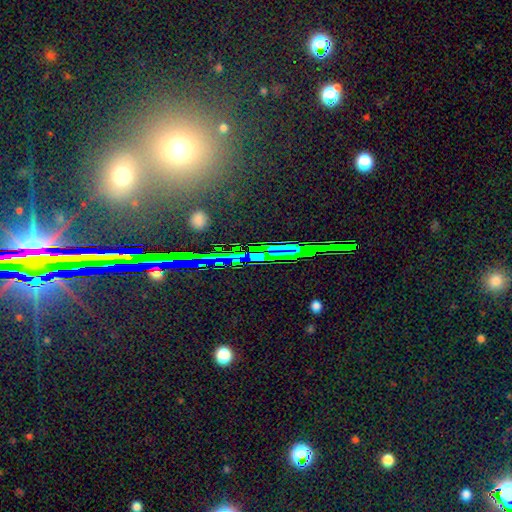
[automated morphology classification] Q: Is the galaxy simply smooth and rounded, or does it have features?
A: star or artifact — 72%.